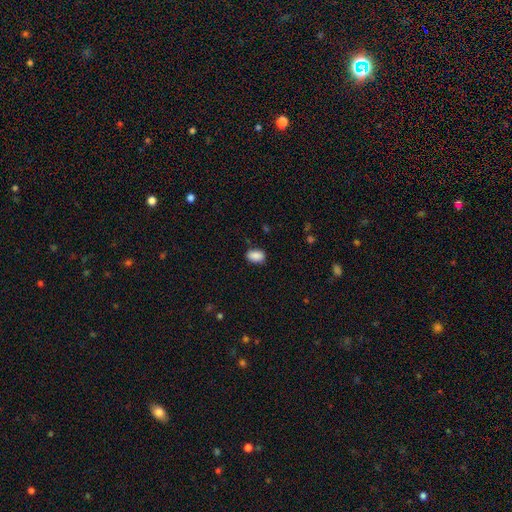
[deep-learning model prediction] Overall: smooth (89%). How rounded: in between (87%). Merging: none (81%).